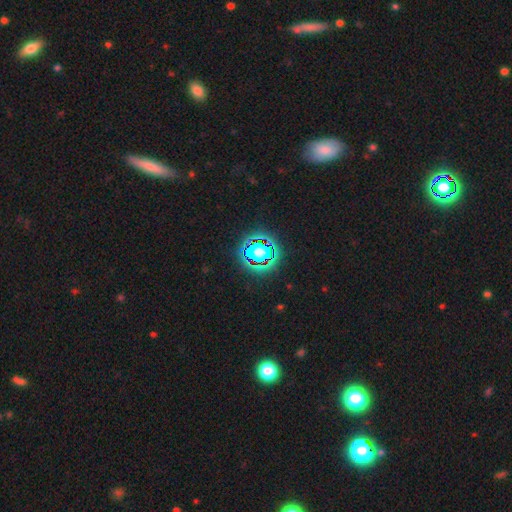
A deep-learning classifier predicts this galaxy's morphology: smooth-or-featured: star or artifact: 58% | smooth: 28% | featured or disk: 14%